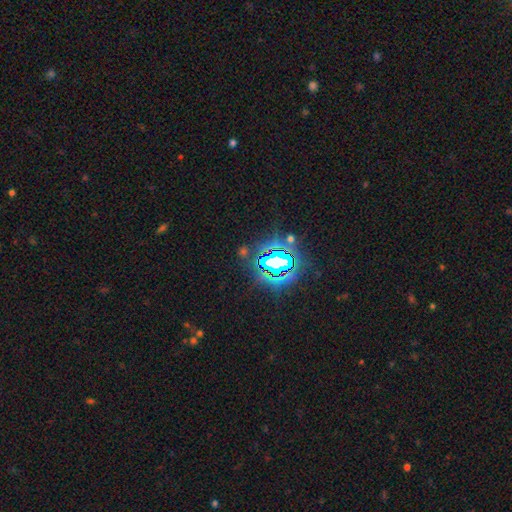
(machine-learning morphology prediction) star or artifact 84%, smooth 9%, featured or disk 7%.